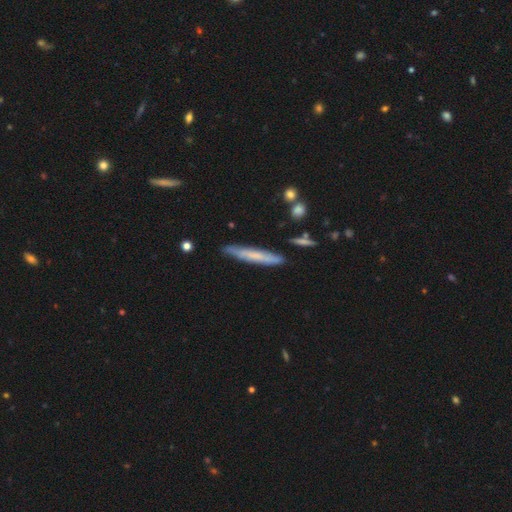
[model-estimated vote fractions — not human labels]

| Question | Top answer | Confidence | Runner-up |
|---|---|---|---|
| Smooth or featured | smooth | 58% | featured or disk (35%) |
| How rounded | cigar-shaped | 94% | in between (5%) |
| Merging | none | 82% | minor disturbance (13%) |